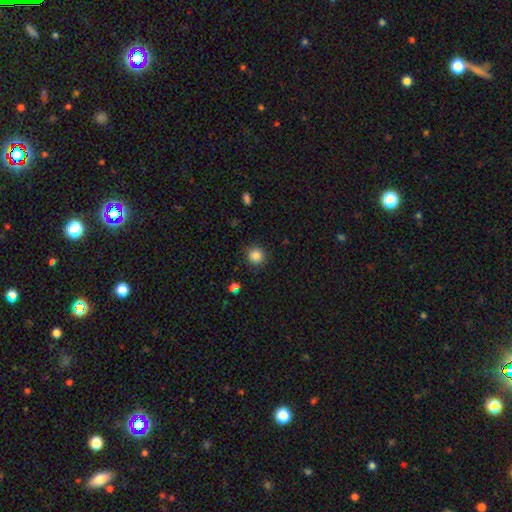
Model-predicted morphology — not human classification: smooth_or_featured: smooth (p=0.84) [alt: star or artifact p=0.11]
how_rounded: round (p=0.92) [alt: in between p=0.07]
merging: none (p=0.90) [alt: minor disturbance p=0.07]